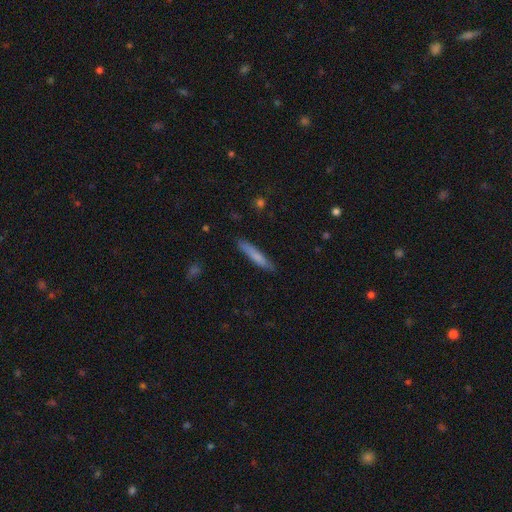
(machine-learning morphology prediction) smooth 76%, featured or disk 18%, star or artifact 6%. Down the decision tree: how rounded — cigar-shaped (92%); merging — none (85%).